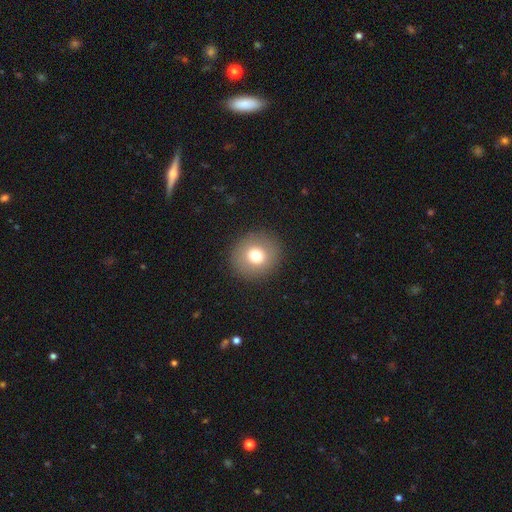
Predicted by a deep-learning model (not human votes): Morphology: type=smooth (74%); roundness=round (92%); merging=none (91%).